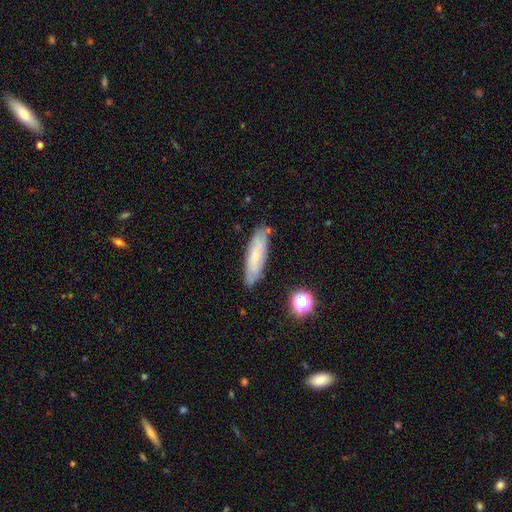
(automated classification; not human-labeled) smooth_or_featured: smooth (p=0.64) [alt: featured or disk p=0.27]
how_rounded: cigar-shaped (p=0.64) [alt: in between p=0.35]
merging: none (p=0.81) [alt: minor disturbance p=0.14]